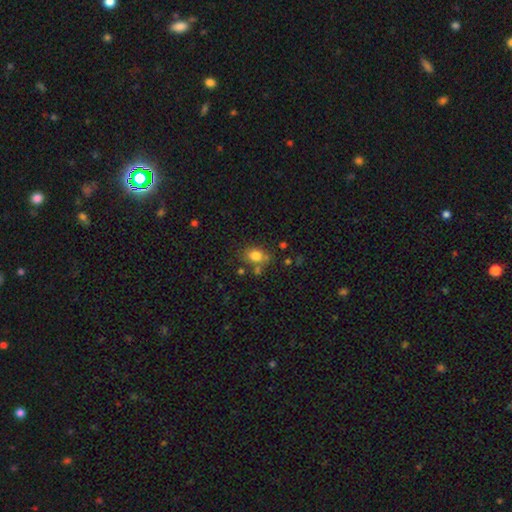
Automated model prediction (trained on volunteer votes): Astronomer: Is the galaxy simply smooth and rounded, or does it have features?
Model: smooth — 80%.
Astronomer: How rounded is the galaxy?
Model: in between — 67%.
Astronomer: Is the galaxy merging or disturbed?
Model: none — 64%.